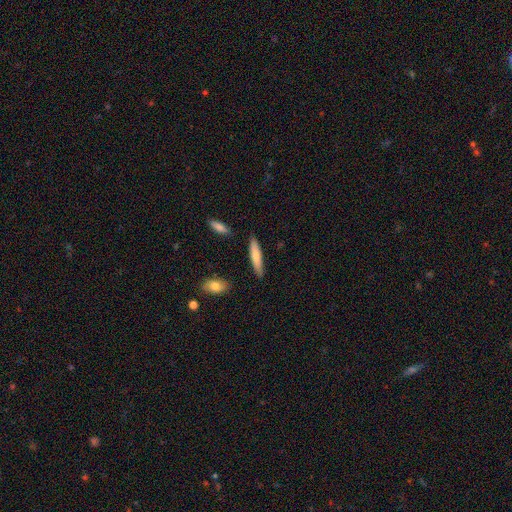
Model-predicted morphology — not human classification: Overall: smooth (76%). How rounded: cigar-shaped (84%). Merging: none (84%).